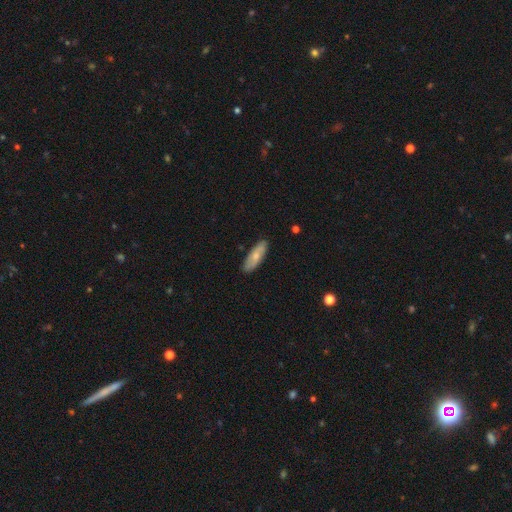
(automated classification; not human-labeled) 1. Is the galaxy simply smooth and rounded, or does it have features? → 65% smooth, 29% featured or disk, 5% star or artifact.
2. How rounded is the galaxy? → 56% in between, 42% cigar-shaped, 2% round.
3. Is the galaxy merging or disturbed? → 86% none, 11% minor disturbance, 2% major disturbance, 1% merger.